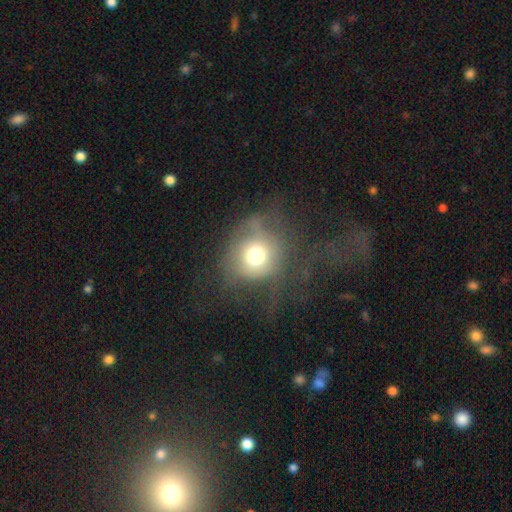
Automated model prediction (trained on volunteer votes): Morphology: type=smooth (59%); roundness=round (87%); merging=none (45%).